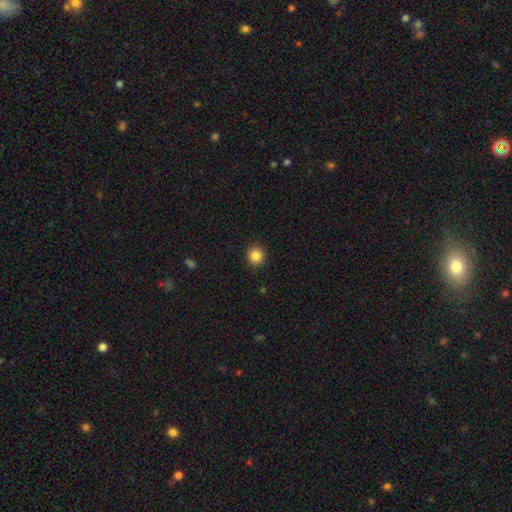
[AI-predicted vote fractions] Smooth or featured: smooth — 86% (star or artifact — 10%)
How rounded: round — 89% (in between — 10%)
Merging: none — 90% (minor disturbance — 7%)